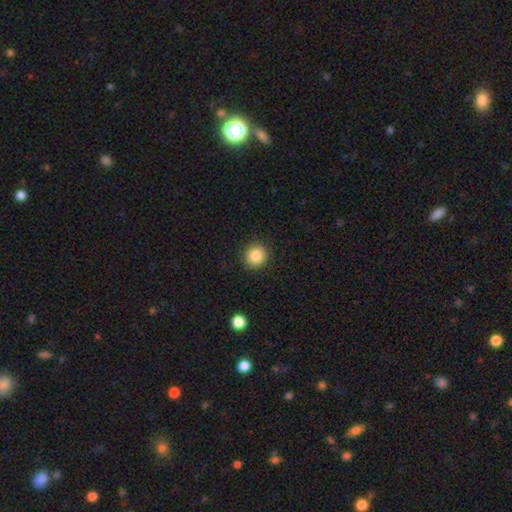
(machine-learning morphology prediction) smooth 86%, star or artifact 10%, featured or disk 5%. Down the decision tree: how rounded — round (90%); merging — none (91%).